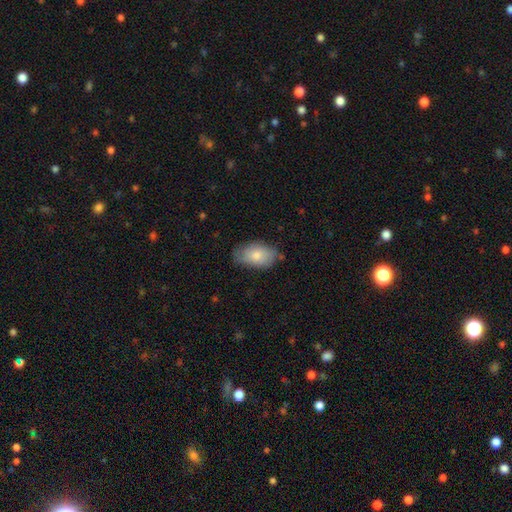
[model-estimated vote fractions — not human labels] Smooth or featured?
  - smooth: 77% *
  - featured or disk: 17%
  - star or artifact: 7%
How rounded?
  - in between: 93% *
  - round: 6%
  - cigar-shaped: 2%
Merging?
  - none: 74% *
  - minor disturbance: 21%
  - major disturbance: 4%
  - merger: 1%